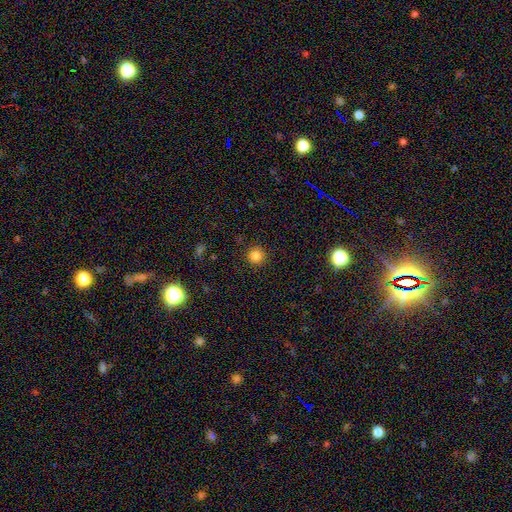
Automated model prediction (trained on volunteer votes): smooth-or-featured: smooth: 83% | star or artifact: 13% | featured or disk: 4%
  how-rounded: round: 94% | in between: 5% | cigar-shaped: 1%
  merging: none: 90% | minor disturbance: 6% | major disturbance: 2% | merger: 1%